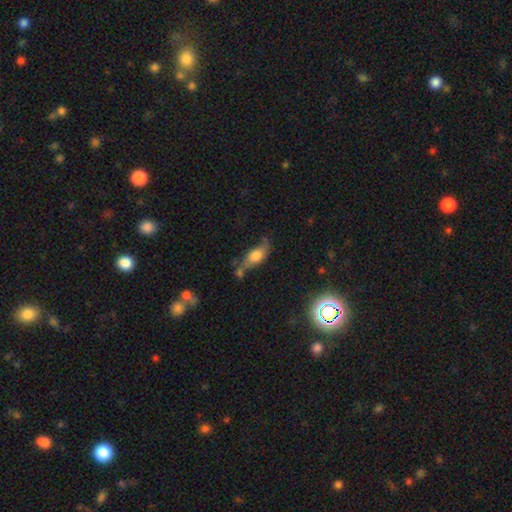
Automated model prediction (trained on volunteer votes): Overall: smooth (52%; featured or disk 37%). How rounded: in between (68%). Merging: none (48%; minor disturbance 25%).